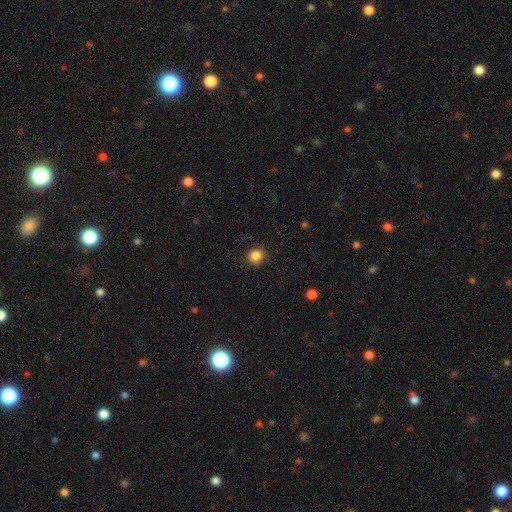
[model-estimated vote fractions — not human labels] Q: Smooth or featured?
A: smooth (86%); runner-up: star or artifact (11%)
Q: How rounded?
A: round (83%); runner-up: in between (16%)
Q: Merging?
A: none (85%); runner-up: minor disturbance (12%)